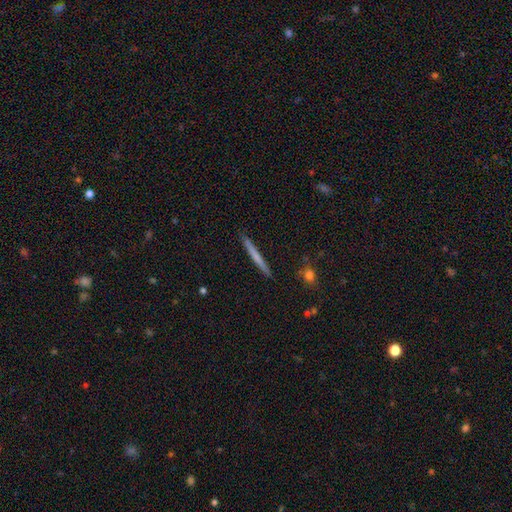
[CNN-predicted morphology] type=smooth (56%); roundness=cigar-shaped (97%); merging=none (92%).